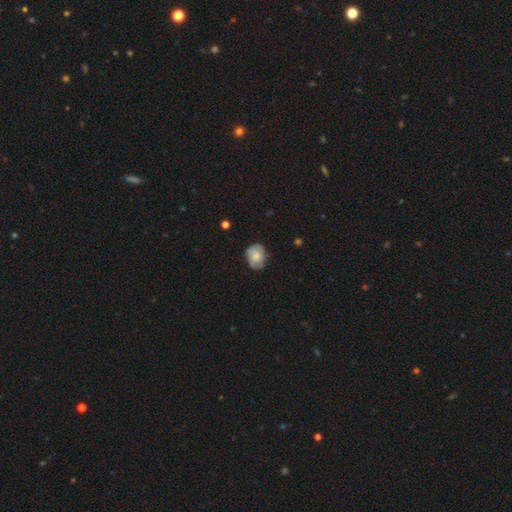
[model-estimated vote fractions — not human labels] smooth_or_featured: smooth (p=0.67) [alt: featured or disk p=0.26]
how_rounded: round (p=0.54) [alt: in between p=0.45]
merging: none (p=0.67) [alt: minor disturbance p=0.27]